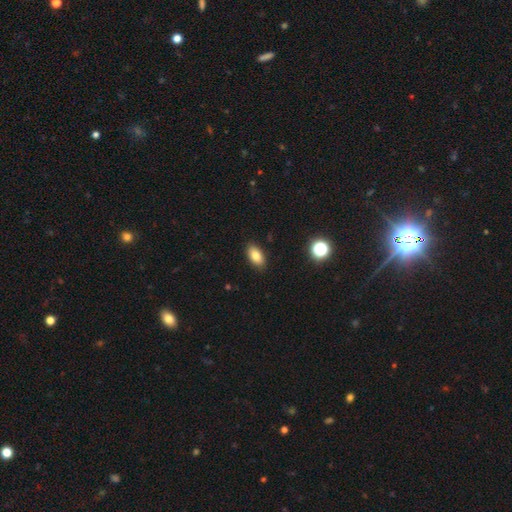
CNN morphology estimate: smooth-or-featured: smooth: 82% | star or artifact: 9% | featured or disk: 8%
  how-rounded: in between: 90% | round: 5% | cigar-shaped: 4%
  merging: none: 89% | minor disturbance: 8% | major disturbance: 2% | merger: 1%